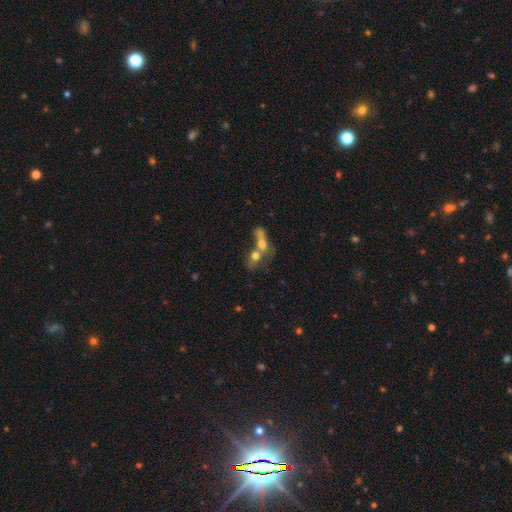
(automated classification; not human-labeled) smooth-or-featured: smooth: 62% | featured or disk: 26% | star or artifact: 12%
  how-rounded: in between: 47% | round: 45% | cigar-shaped: 8%
  merging: merger: 69% | none: 18% | major disturbance: 7% | minor disturbance: 6%